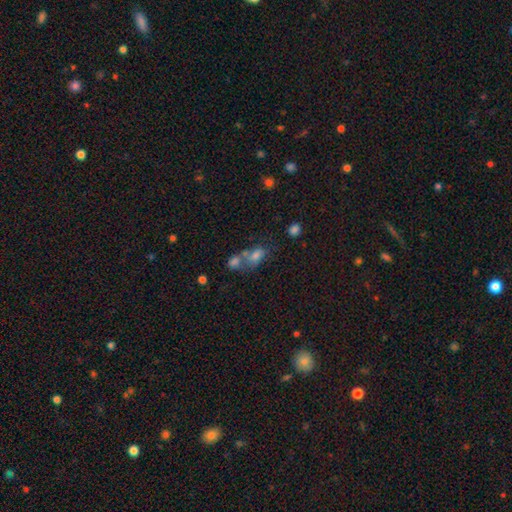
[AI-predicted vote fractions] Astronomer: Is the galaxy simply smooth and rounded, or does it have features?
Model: smooth — 67%.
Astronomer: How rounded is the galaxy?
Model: in between — 78%.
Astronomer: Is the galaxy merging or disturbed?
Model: merger — 52% (runner-up: none, 31%).